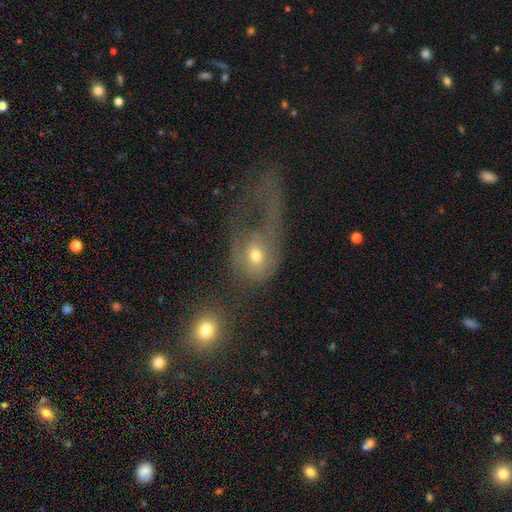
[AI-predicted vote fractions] smooth-or-featured: smooth: 47% | featured or disk: 42% | star or artifact: 11%
  merging: major disturbance: 60% | none: 15% | merger: 15% | minor disturbance: 11%